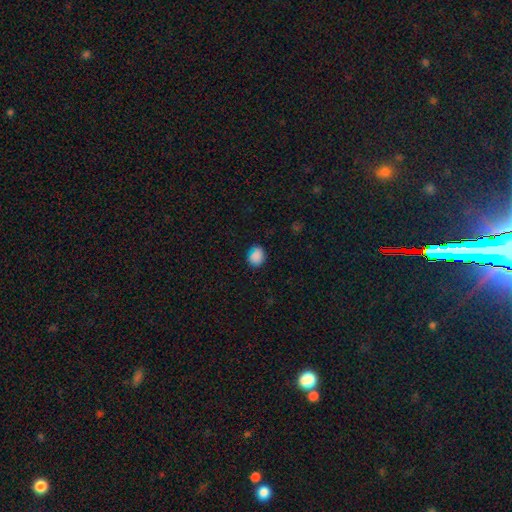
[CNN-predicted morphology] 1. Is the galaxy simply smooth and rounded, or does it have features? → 83% smooth, 12% star or artifact, 5% featured or disk.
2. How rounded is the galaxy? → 60% round, 39% in between, 1% cigar-shaped.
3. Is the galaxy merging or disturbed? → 78% none, 17% minor disturbance, 3% major disturbance, 2% merger.